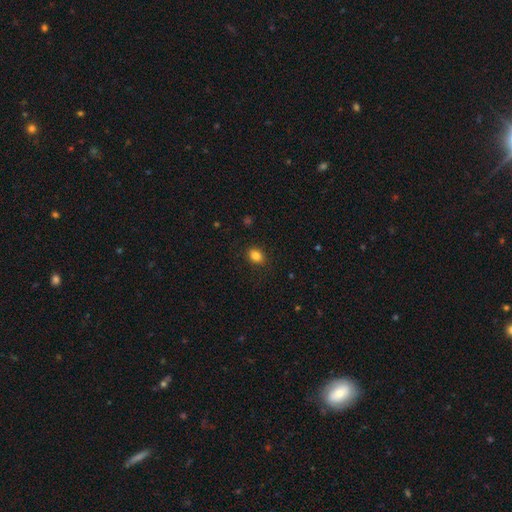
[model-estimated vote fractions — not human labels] A smooth galaxy with no disk features (85%) that is in between round and cigar-shaped (65%). Merging: none (89%).